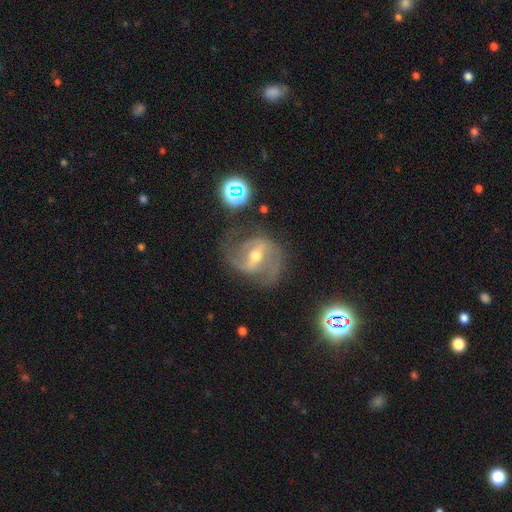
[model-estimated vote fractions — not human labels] This appears to be a featured or disk galaxy (85%) with a strong bar (50%), 2 (84%) medium (54%) spiral arms (93%) and a moderate central bulge (63%). Merging: none (68%).